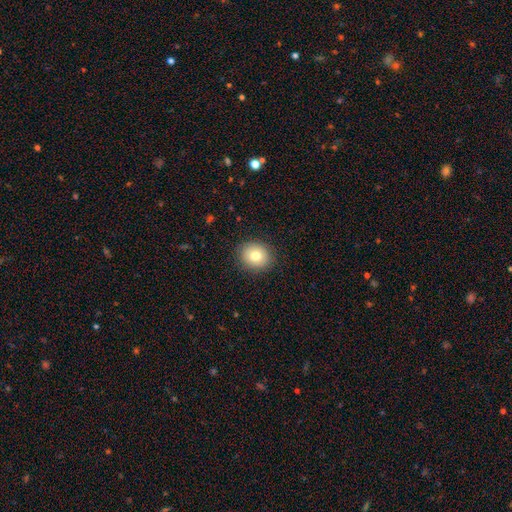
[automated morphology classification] smooth_or_featured: smooth (p=0.78) [alt: featured or disk p=0.12]
how_rounded: round (p=0.77) [alt: in between p=0.22]
merging: none (p=0.89) [alt: minor disturbance p=0.08]